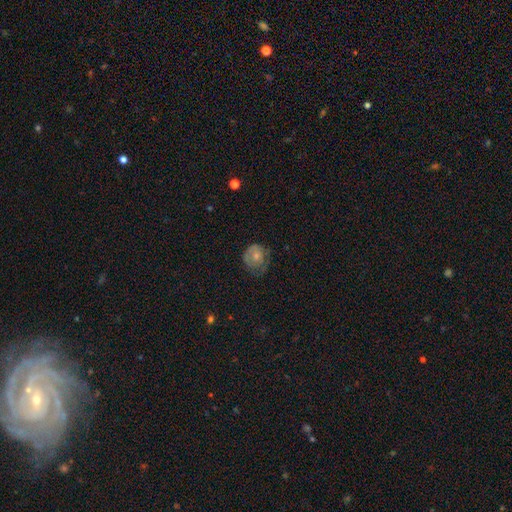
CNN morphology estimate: Q: Smooth or featured?
A: smooth (59%); runner-up: featured or disk (33%)
Q: How rounded?
A: round (75%); runner-up: in between (24%)
Q: Merging?
A: none (53%); runner-up: minor disturbance (29%)